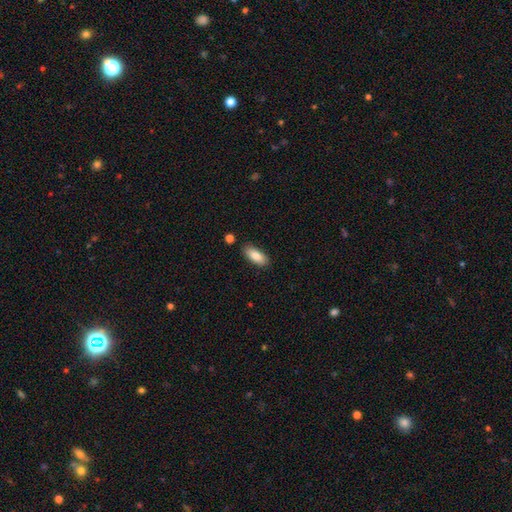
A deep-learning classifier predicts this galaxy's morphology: Smooth or featured? Predicted: smooth (p=0.85). How rounded? Predicted: in between (p=0.84). Merging? Predicted: none (p=0.86).